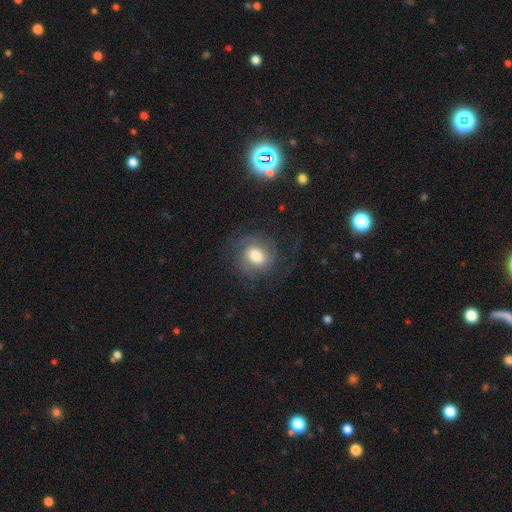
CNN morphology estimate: featured or disk 60%, smooth 31%, star or artifact 9%. Down the decision tree: edge-on disk — no (97%); bar — no (58%); spiral arms — yes (88%); spiral arm count — 2 (36%); spiral winding — medium (41%); bulge size — moderate (48%); merging — none (64%).